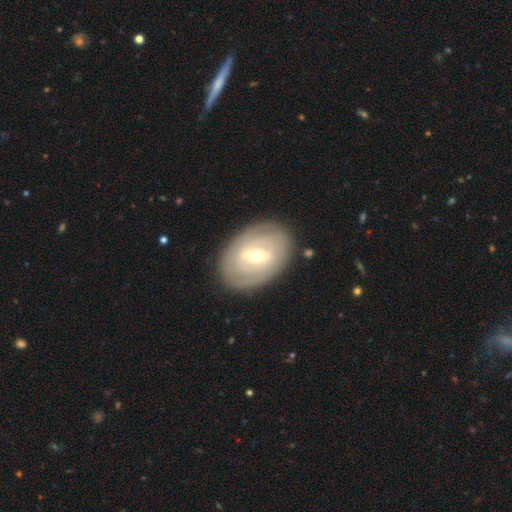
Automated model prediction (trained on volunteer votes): featured or disk 69%, smooth 25%, star or artifact 6%. Down the decision tree: edge-on disk — no (94%); bar — weak (49%); spiral arms — yes (56%); bulge size — small (51%); merging — none (85%).